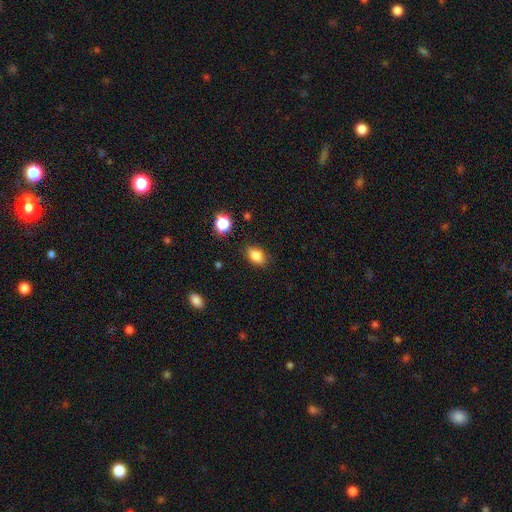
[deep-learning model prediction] Smooth or featured?
  - smooth: 83% *
  - star or artifact: 11%
  - featured or disk: 6%
How rounded?
  - in between: 81% *
  - round: 17%
  - cigar-shaped: 2%
Merging?
  - none: 81% *
  - minor disturbance: 14%
  - major disturbance: 3%
  - merger: 2%